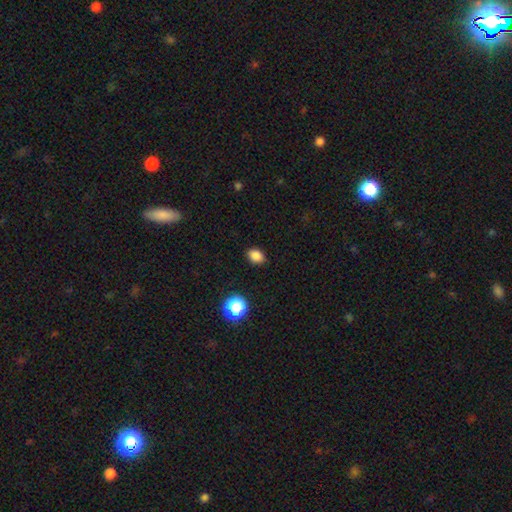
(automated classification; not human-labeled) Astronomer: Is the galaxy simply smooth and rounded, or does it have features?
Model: smooth — 85%.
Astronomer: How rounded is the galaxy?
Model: in between — 69%.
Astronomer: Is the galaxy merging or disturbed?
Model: none — 86%.